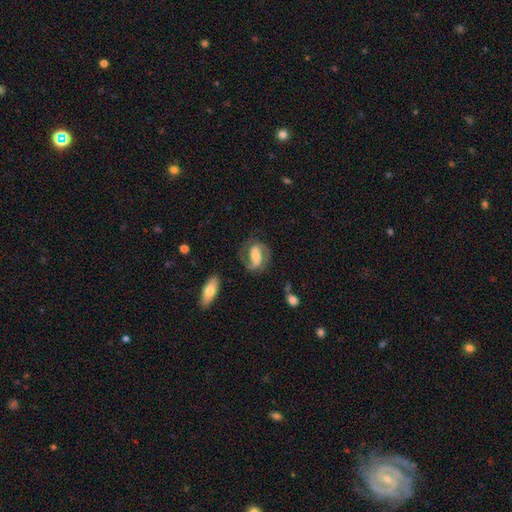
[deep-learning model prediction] A featured or disk galaxy (77%) with a strong bar (46%), 2 (89%) medium (53%) spiral arms (92%) and a moderate central bulge (47%). Merging: none (74%).